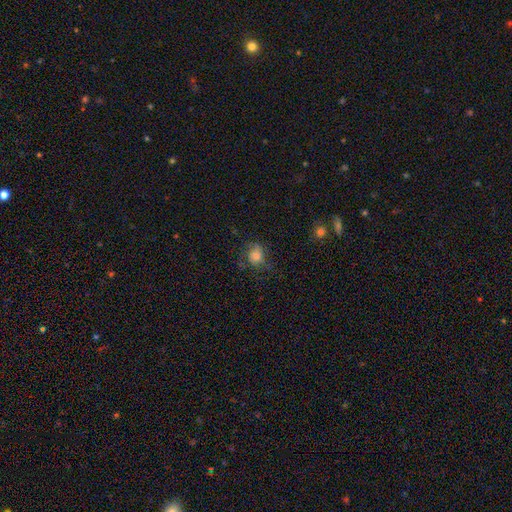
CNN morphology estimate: A smooth galaxy with no disk features (59%) that is round (70%).

Vote fractions:
- Smooth or featured? smooth: 59% / featured or disk: 28% / star or artifact: 12%
- How rounded? round: 70% / in between: 29% / cigar-shaped: 1%
- Merging? none: 54% / minor disturbance: 24% / major disturbance: 20% / merger: 2%